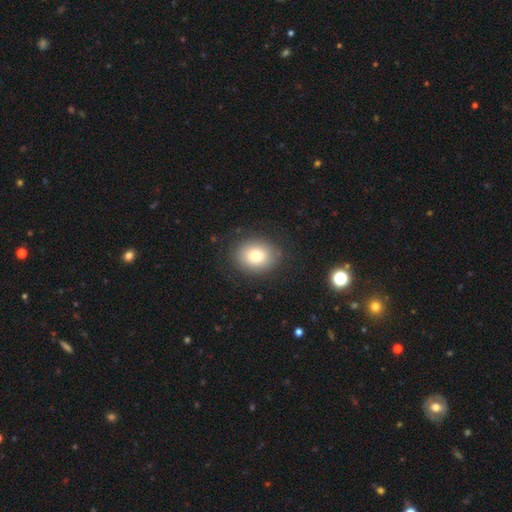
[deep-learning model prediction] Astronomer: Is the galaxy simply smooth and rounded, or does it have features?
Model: smooth — 80%.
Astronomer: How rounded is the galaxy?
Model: round — 53% (runner-up: in between, 46%).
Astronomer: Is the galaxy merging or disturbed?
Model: none — 84%.